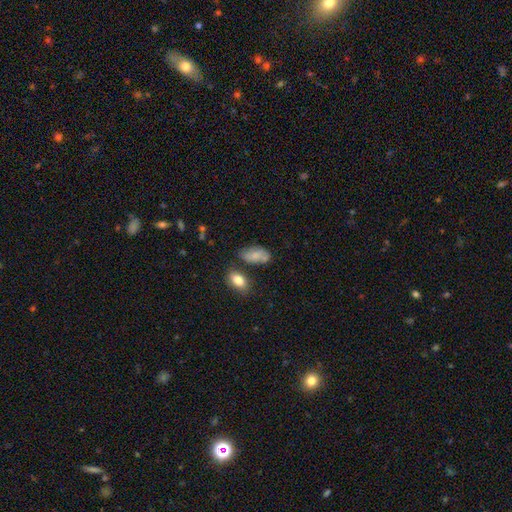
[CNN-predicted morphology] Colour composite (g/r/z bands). It shows a smooth galaxy with no disk features (72%) that is in between round and cigar-shaped (91%). Merging: none (52%).